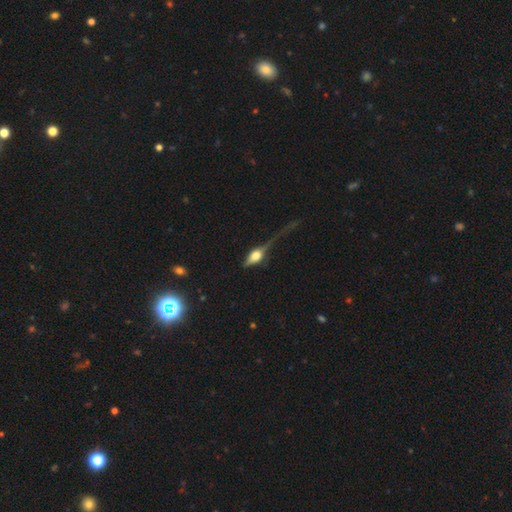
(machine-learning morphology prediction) The model was most divided on "merging": major disturbance: 37%, none: 35%, minor disturbance: 22%, merger: 6%. Remaining: smooth or featured — featured or disk (49%).